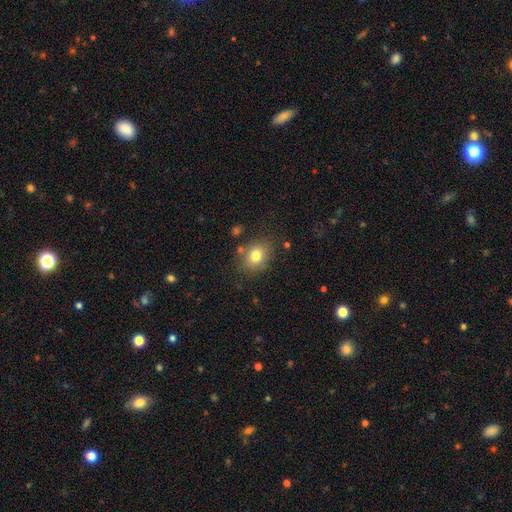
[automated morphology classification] Smooth or featured?
  - smooth: 78% *
  - star or artifact: 11%
  - featured or disk: 11%
How rounded?
  - in between: 50% *
  - round: 49%
  - cigar-shaped: 1%
Merging?
  - none: 79% *
  - minor disturbance: 13%
  - merger: 4%
  - major disturbance: 4%